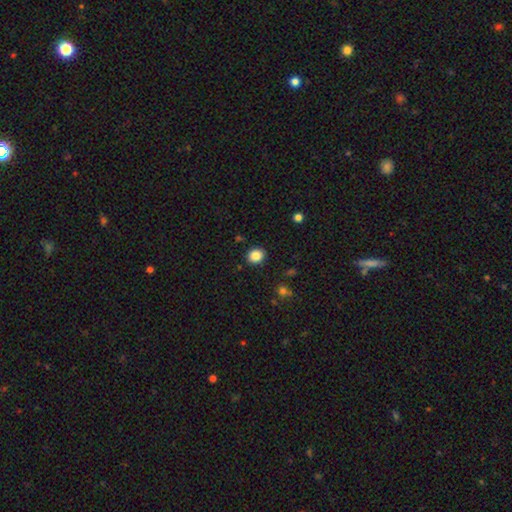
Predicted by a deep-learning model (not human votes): Q: Smooth or featured?
A: smooth (86%); runner-up: star or artifact (10%)
Q: How rounded?
A: round (70%); runner-up: in between (29%)
Q: Merging?
A: none (90%); runner-up: minor disturbance (7%)